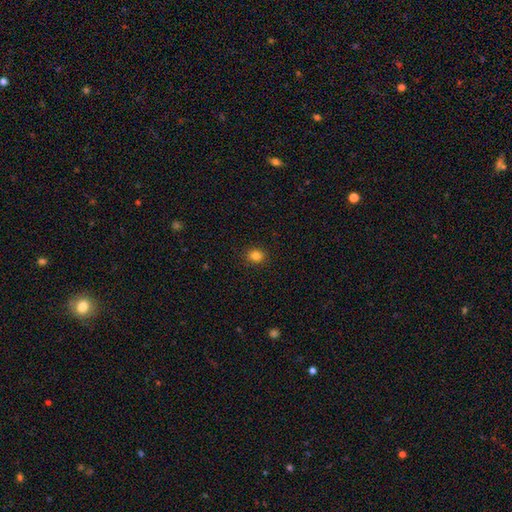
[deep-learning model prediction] smooth-or-featured: smooth: 83% | star or artifact: 12% | featured or disk: 5%
  how-rounded: round: 69% | in between: 30% | cigar-shaped: 1%
  merging: none: 90% | minor disturbance: 7% | major disturbance: 2% | merger: 1%